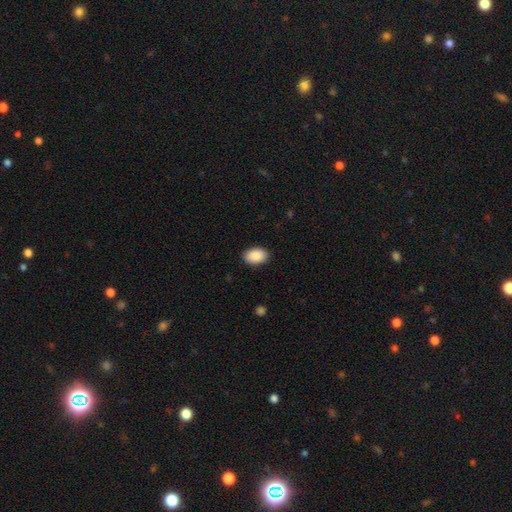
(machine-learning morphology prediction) Smooth or featured? smooth (90%)
How rounded? in between (90%)
Merging? none (90%)